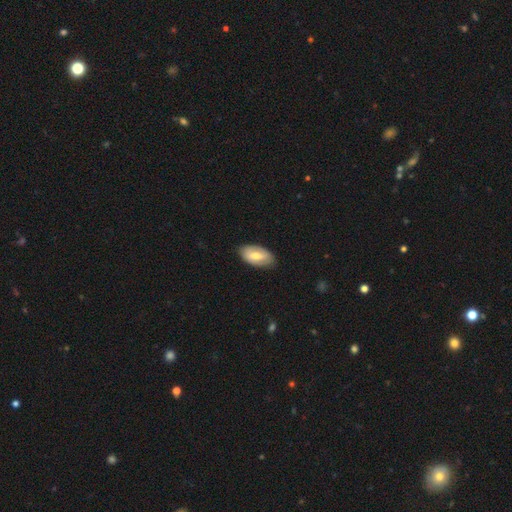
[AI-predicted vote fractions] smooth_or_featured: smooth (p=0.56) [alt: featured or disk p=0.39]
how_rounded: in between (p=0.94) [alt: round p=0.03]
merging: none (p=0.82) [alt: minor disturbance p=0.14]